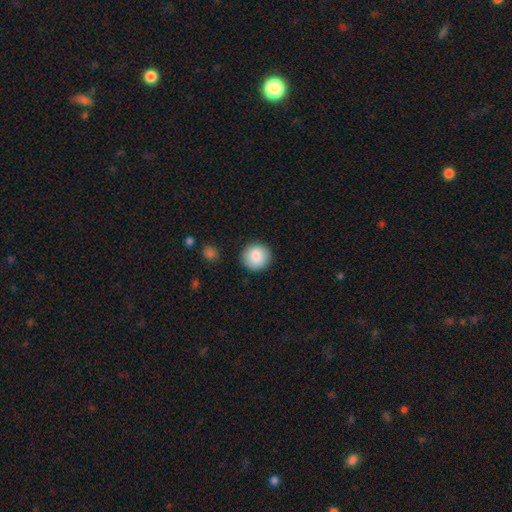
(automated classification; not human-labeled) The model was most divided on "smooth or featured": smooth: 85%, star or artifact: 7%, featured or disk: 7%. More confident: how rounded — round (93%); merging — none (90%).